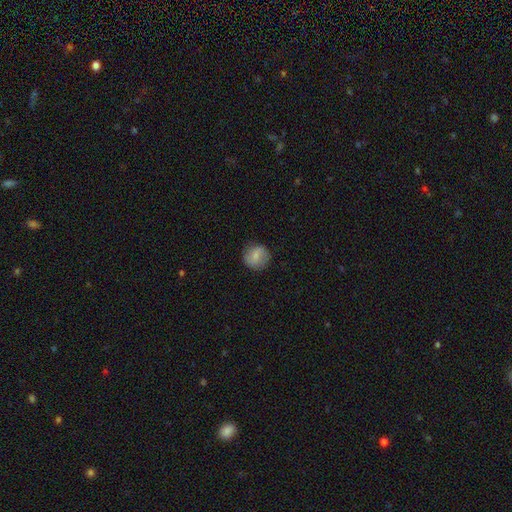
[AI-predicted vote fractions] This appears to be a smooth galaxy with no disk features (74%) that is round (89%). Merging: none (84%).